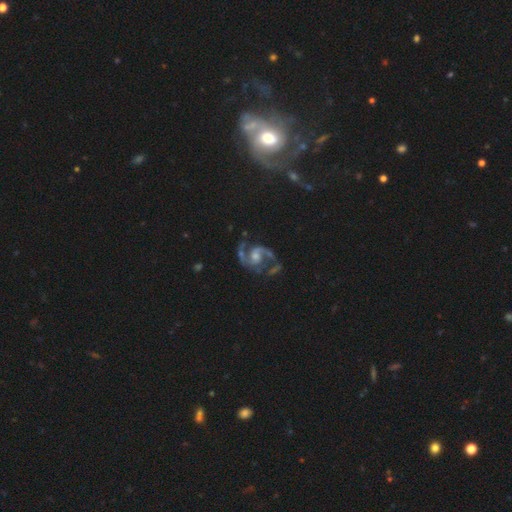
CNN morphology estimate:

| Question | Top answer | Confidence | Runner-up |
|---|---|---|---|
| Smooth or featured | featured or disk | 89% | star or artifact (7%) |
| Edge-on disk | no | 98% | yes (2%) |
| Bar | no | 47% | weak (40%) |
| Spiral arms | yes | 98% | no (2%) |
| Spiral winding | medium | 61% | loose (23%) |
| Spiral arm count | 2 | 92% | can't tell (2%) |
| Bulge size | moderate | 46% | small (38%) |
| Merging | none | 64% | minor disturbance (17%) |